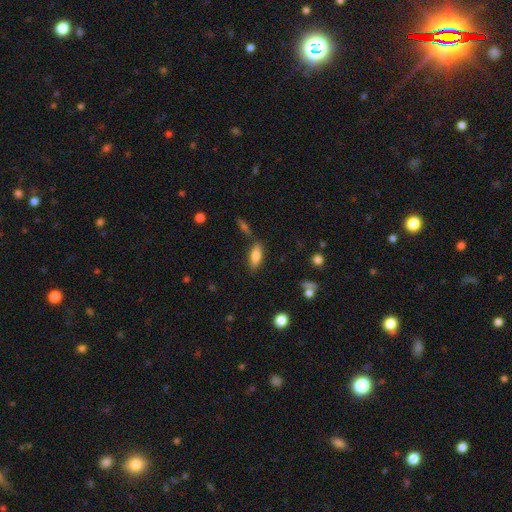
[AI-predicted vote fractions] The model was most divided on "how rounded": in between: 70%, cigar-shaped: 27%, round: 2%. More confident: smooth or featured — smooth (77%); merging — none (73%).